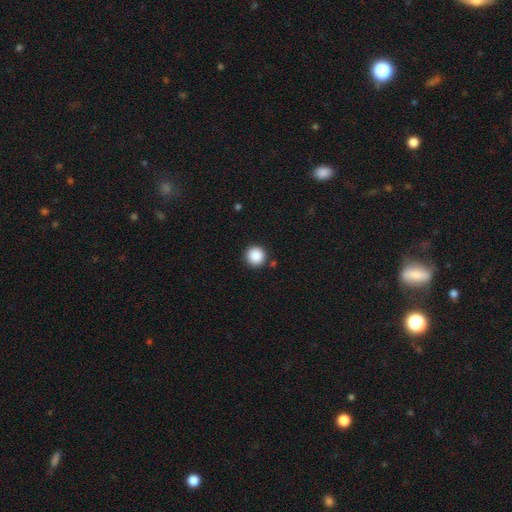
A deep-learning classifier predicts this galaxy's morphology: This appears to be a smooth galaxy with no disk features (88%) that is round (96%). Merging: none (90%).